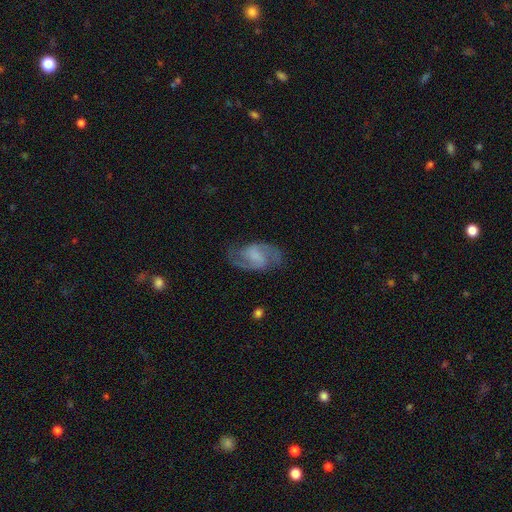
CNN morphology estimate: A featured or disk galaxy (80%) with a weak bar (51%), 2 (91%) medium (55%) spiral arms (95%) and no central bulge (49%). Merging: none (76%).